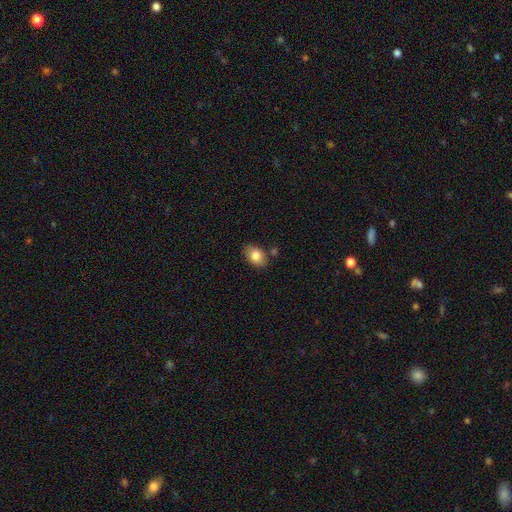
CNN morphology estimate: Smooth or featured? Predicted: smooth (p=0.83). How rounded? Predicted: in between (p=0.82). Merging? Predicted: none (p=0.77).